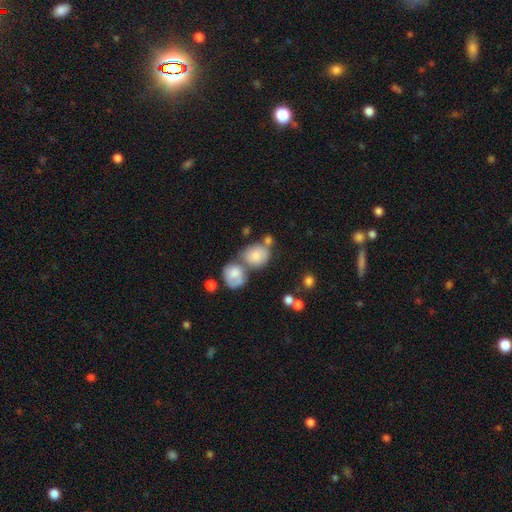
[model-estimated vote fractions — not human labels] smooth-or-featured: smooth: 72% | featured or disk: 15% | star or artifact: 13%
  how-rounded: round: 70% | in between: 29% | cigar-shaped: 1%
  merging: none: 45% | merger: 38% | minor disturbance: 12% | major disturbance: 5%